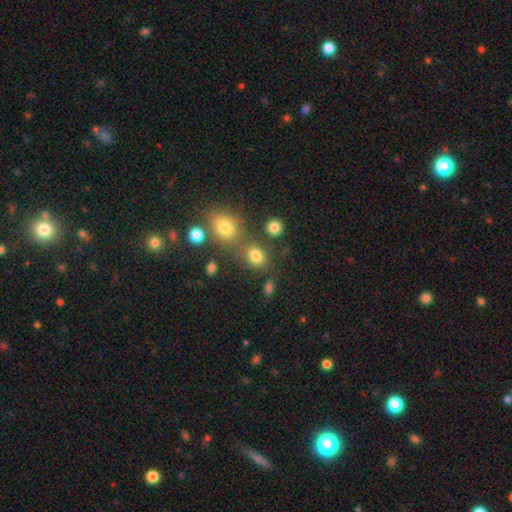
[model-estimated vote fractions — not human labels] smooth 78%, star or artifact 15%, featured or disk 8%. Down the decision tree: how rounded — round (54%); merging — none (59%).